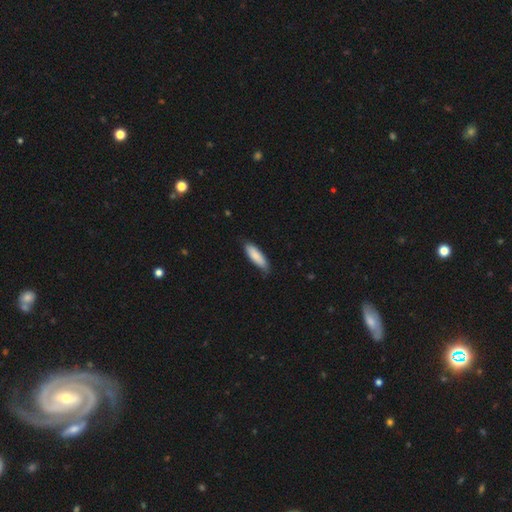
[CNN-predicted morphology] Overall: smooth (86%). How rounded: cigar-shaped (53%; in between 46%). Merging: none (73%).